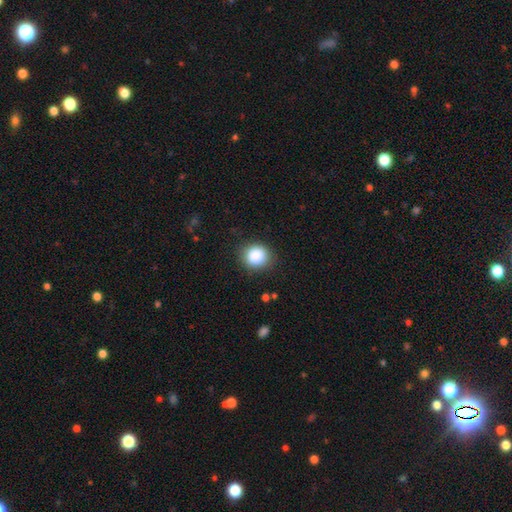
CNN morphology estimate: Smooth or featured? Predicted: smooth (p=0.87). How rounded? Predicted: round (p=0.85). Merging? Predicted: none (p=0.86).